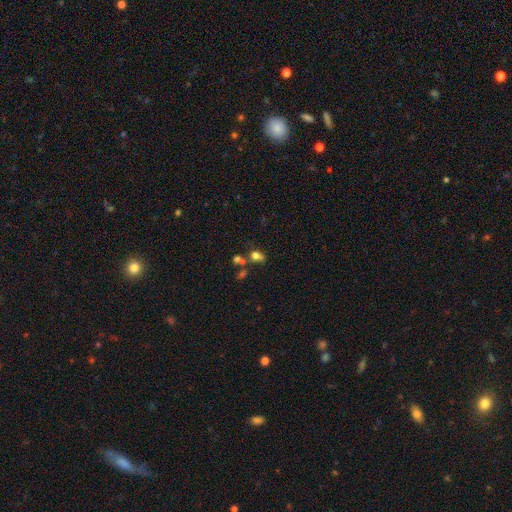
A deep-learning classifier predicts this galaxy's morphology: Smooth or featured: smooth — 66% (featured or disk — 17%)
How rounded: in between — 64% (round — 32%)
Merging: none — 44% (merger — 30%)